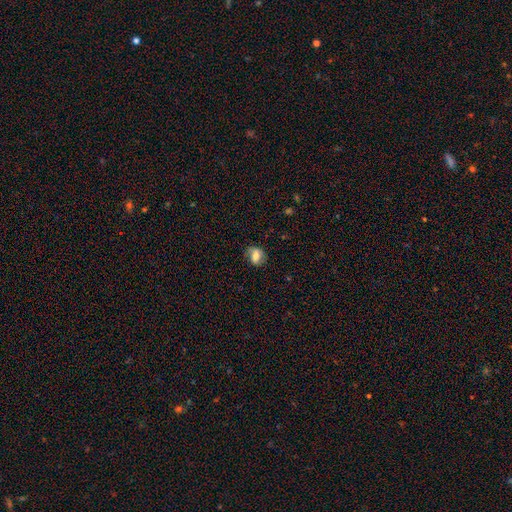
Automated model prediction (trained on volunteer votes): Overall: smooth (66%). How rounded: in between (55%; round 44%). Merging: none (68%).